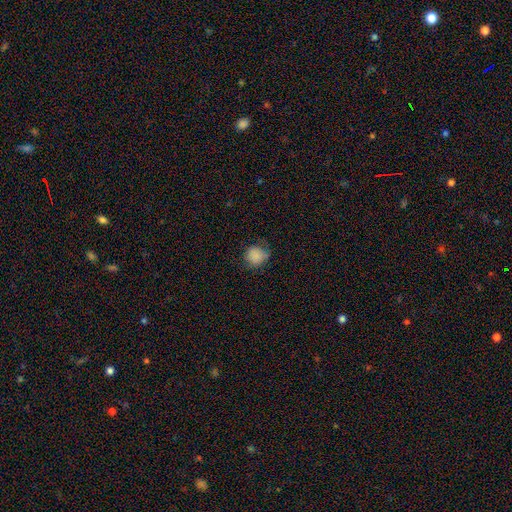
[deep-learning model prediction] This appears to be a smooth galaxy with no disk features (84%) that is round (81%). Merging: none (63%).